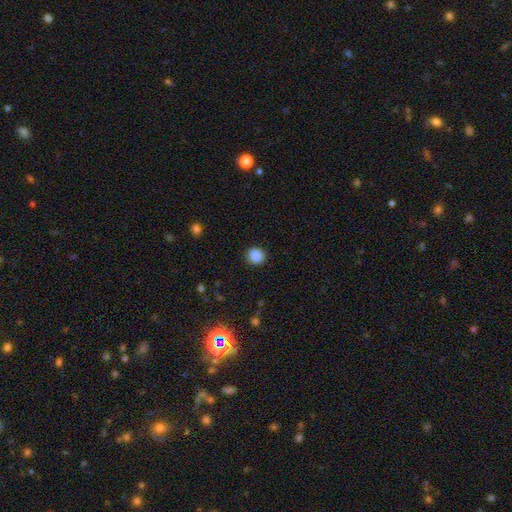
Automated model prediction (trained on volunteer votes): Overall: smooth (87%). How rounded: round (83%). Merging: none (88%).